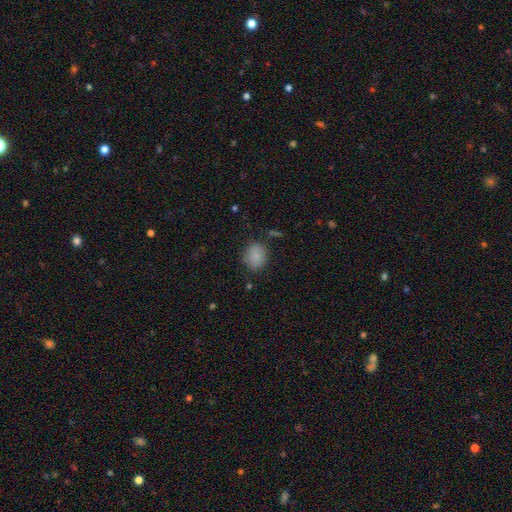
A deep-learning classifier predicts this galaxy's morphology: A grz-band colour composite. It shows a smooth galaxy with no disk features (85%) that is round (51%). Merging: none (81%).